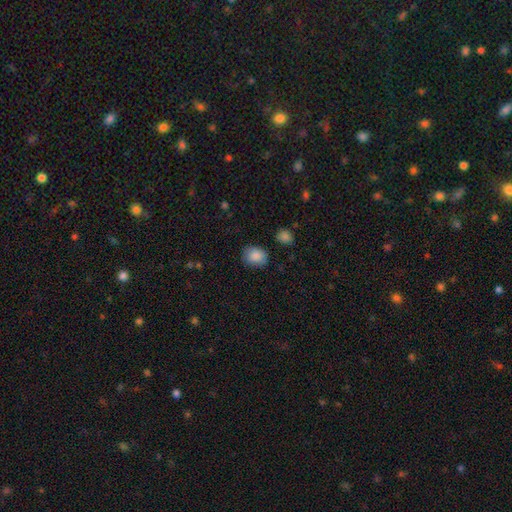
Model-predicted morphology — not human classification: A smooth galaxy with no disk features (87%) that is in between round and cigar-shaped (54%).

Vote fractions:
- Smooth or featured? smooth: 87% / star or artifact: 8% / featured or disk: 4%
- How rounded? in between: 54% / round: 45% / cigar-shaped: 1%
- Merging? none: 80% / minor disturbance: 15% / major disturbance: 3% / merger: 2%